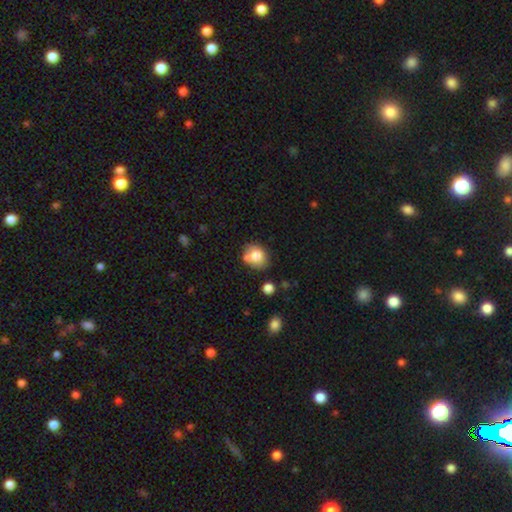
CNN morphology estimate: This appears to be a smooth galaxy with no disk features (77%) that is round (58%). Merging: none (63%).